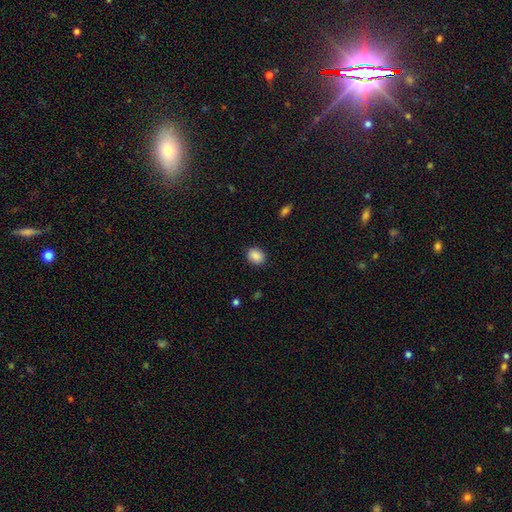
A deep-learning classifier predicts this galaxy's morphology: smooth 88%, star or artifact 8%, featured or disk 4%. Down the decision tree: how rounded — round (50%); merging — none (88%).